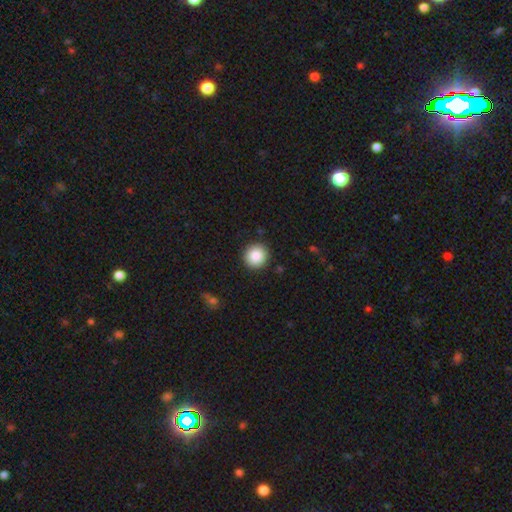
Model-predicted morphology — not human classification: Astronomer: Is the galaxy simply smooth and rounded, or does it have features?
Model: smooth — 88%.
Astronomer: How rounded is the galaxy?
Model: round — 93%.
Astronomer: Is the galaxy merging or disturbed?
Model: none — 91%.